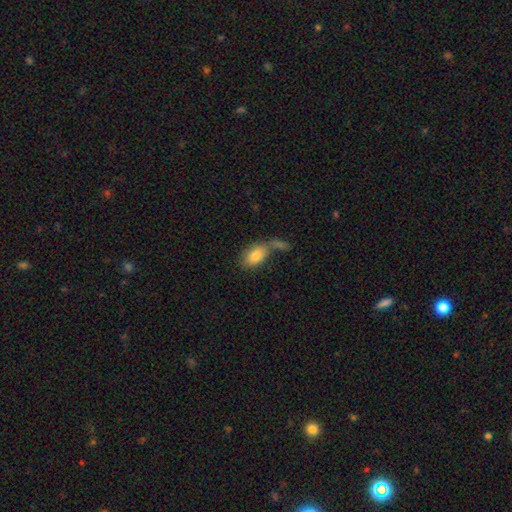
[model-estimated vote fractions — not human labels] This is clearly a smooth galaxy (80%). How rounded: clearly in between (89%). Merging: marginally none (40%).